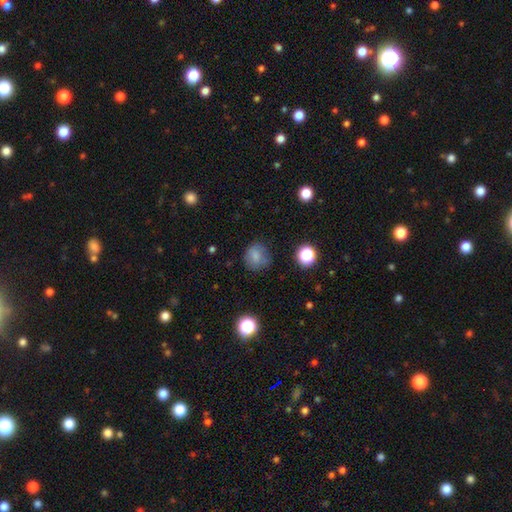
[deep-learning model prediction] This appears to be a smooth galaxy with no disk features (78%) that is round (84%). Merging: none (76%).